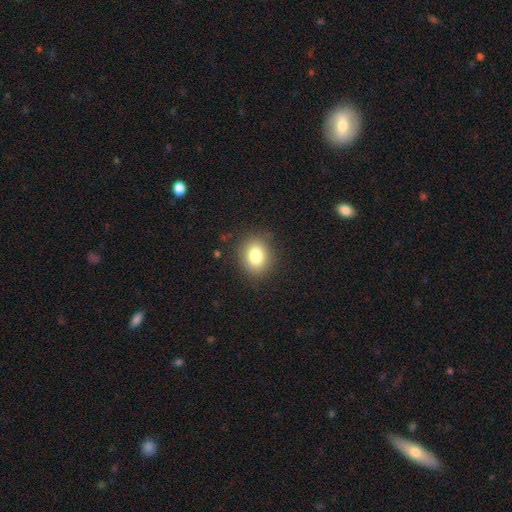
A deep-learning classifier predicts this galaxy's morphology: type=smooth (81%); roundness=round (51%); merging=none (86%).